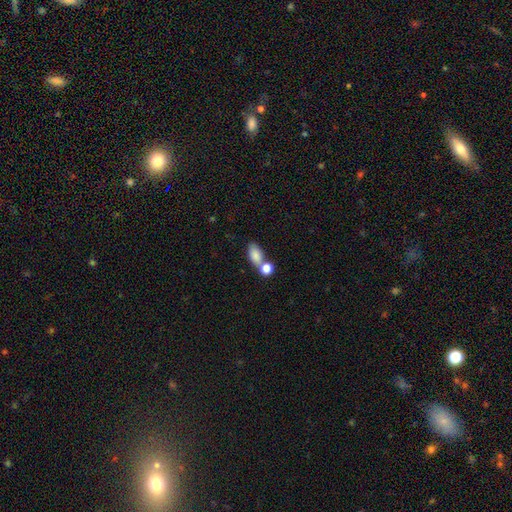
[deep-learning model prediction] smooth-or-featured: smooth: 83% | featured or disk: 9% | star or artifact: 8%
  how-rounded: in between: 85% | round: 12% | cigar-shaped: 3%
  merging: none: 42% | merger: 41% | minor disturbance: 11% | major disturbance: 5%